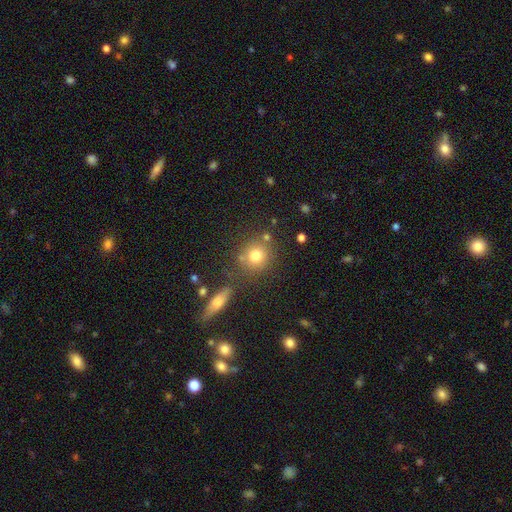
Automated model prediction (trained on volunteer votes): This appears to be a smooth galaxy with no disk features (77%) that is round (85%). Merging: none (73%).